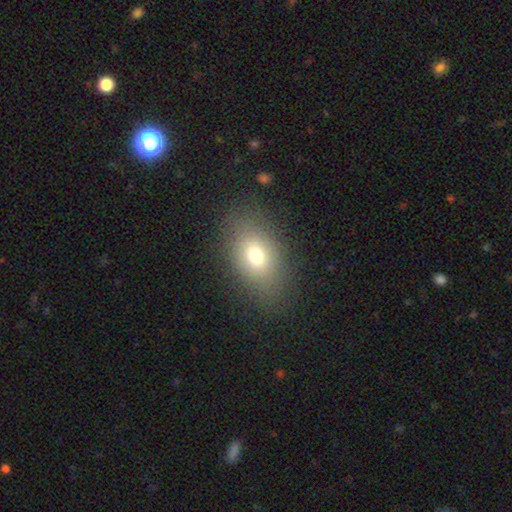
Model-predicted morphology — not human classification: A smooth galaxy with no disk features (71%) that is in between round and cigar-shaped (78%). Merging: none (82%).